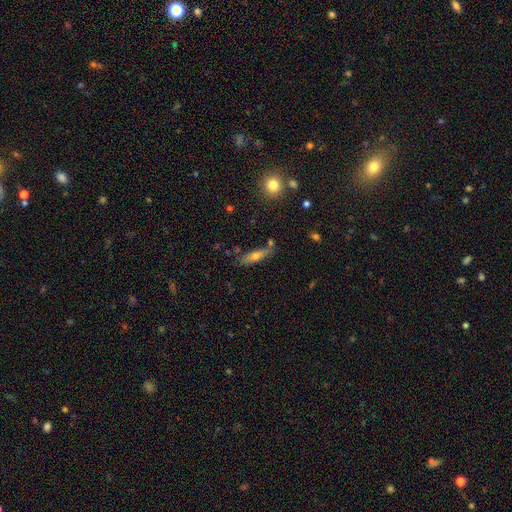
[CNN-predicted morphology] Q: Smooth or featured?
A: smooth (55%); runner-up: featured or disk (36%)
Q: How rounded?
A: cigar-shaped (69%); runner-up: in between (28%)
Q: Merging?
A: none (74%); runner-up: minor disturbance (15%)